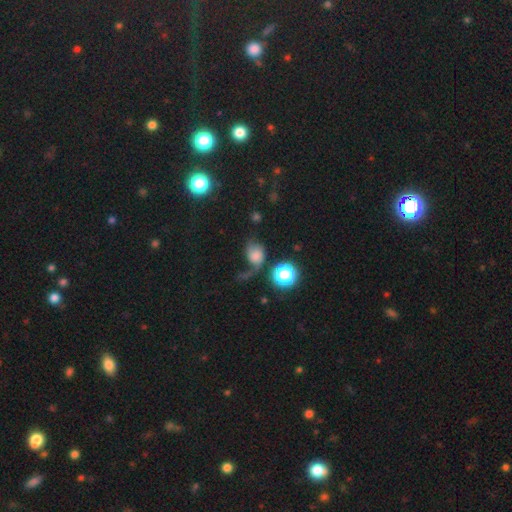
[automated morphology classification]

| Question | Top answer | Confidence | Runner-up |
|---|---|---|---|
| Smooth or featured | smooth | 57% | featured or disk (29%) |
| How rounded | round | 61% | in between (37%) |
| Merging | major disturbance | 40% | none (28%) |